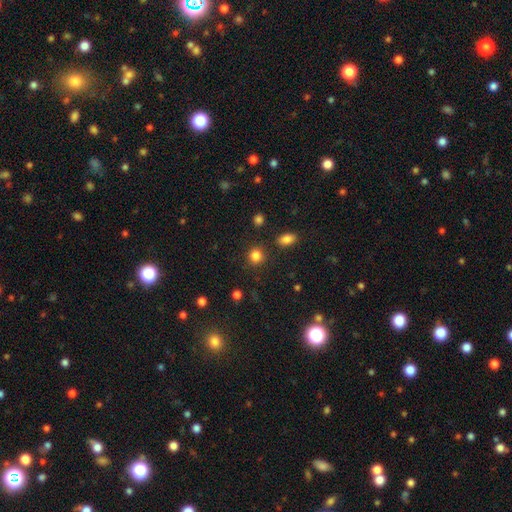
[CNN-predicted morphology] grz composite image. It shows a smooth galaxy with no disk features (84%) that is round (86%). Merging: none (86%).